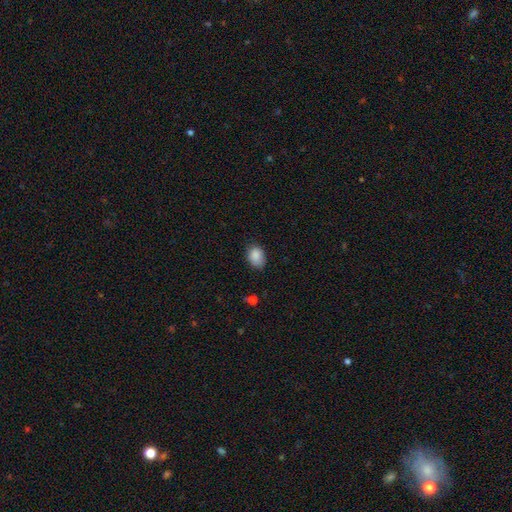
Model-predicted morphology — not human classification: Overall: smooth (87%). How rounded: in between (71%). Merging: none (69%).